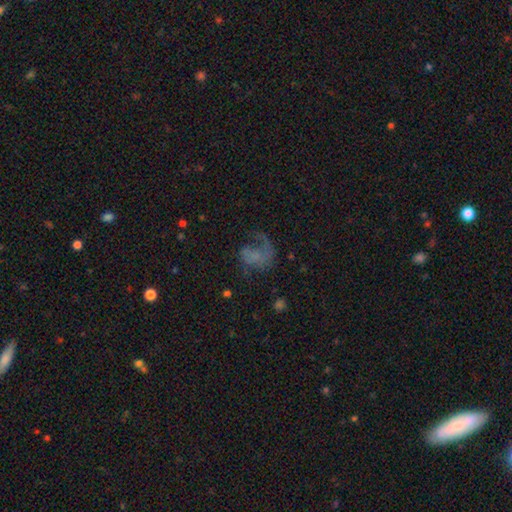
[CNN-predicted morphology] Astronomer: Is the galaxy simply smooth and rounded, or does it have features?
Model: featured or disk — 54% (runner-up: smooth, 31%).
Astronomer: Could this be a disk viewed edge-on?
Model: no — 98%.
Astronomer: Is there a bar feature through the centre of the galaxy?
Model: no — 82%.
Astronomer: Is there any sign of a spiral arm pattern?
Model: yes — 67%.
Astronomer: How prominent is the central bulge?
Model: none — 68%.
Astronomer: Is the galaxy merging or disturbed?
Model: major disturbance — 48% (runner-up: none, 32%).